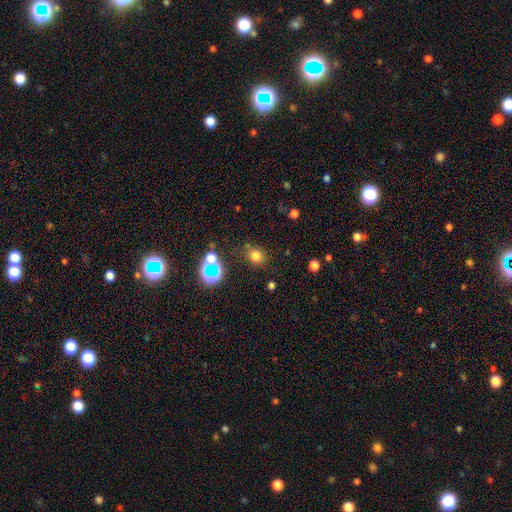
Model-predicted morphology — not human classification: Smooth or featured? smooth (73%)
How rounded? round (80%)
Merging? none (74%)